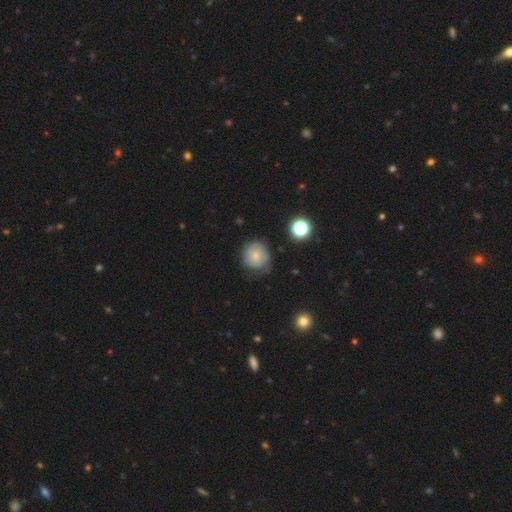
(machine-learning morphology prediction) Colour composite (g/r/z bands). It shows a smooth galaxy with no disk features (67%) that is round (86%). Merging: none (58%).